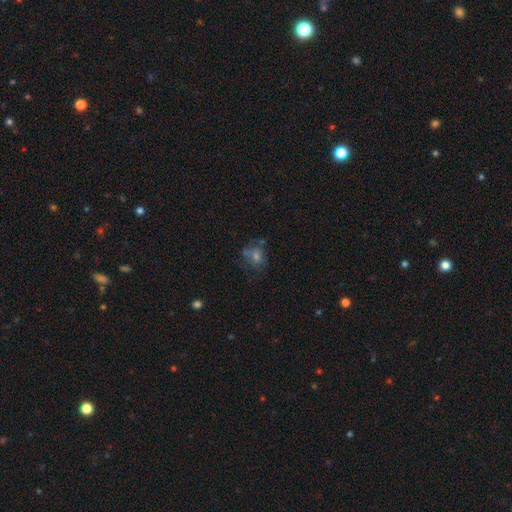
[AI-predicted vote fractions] A smooth galaxy with no disk features (43%). Merging: none (53%).